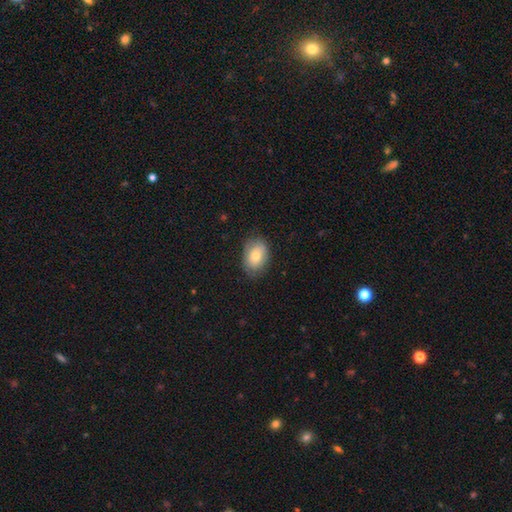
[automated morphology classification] smooth-or-featured: smooth: 73% | featured or disk: 20% | star or artifact: 7%
  how-rounded: in between: 81% | round: 18% | cigar-shaped: 1%
  merging: none: 79% | minor disturbance: 16% | major disturbance: 4% | merger: 1%